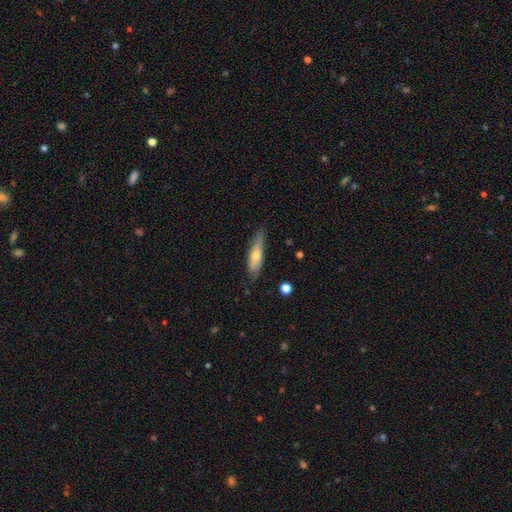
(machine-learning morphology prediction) A smooth galaxy with no disk features (55%) that is cigar-shaped (66%).

Vote fractions:
- Smooth or featured? smooth: 55% / featured or disk: 39% / star or artifact: 6%
- How rounded? cigar-shaped: 66% / in between: 31% / round: 2%
- Merging? none: 74% / minor disturbance: 21% / major disturbance: 4% / merger: 2%